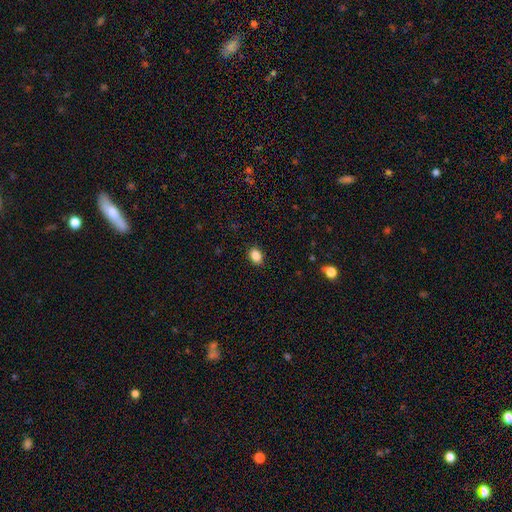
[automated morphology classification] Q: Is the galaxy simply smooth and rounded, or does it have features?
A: smooth — 87%.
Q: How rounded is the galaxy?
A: in between — 75%.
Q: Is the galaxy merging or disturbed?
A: none — 88%.